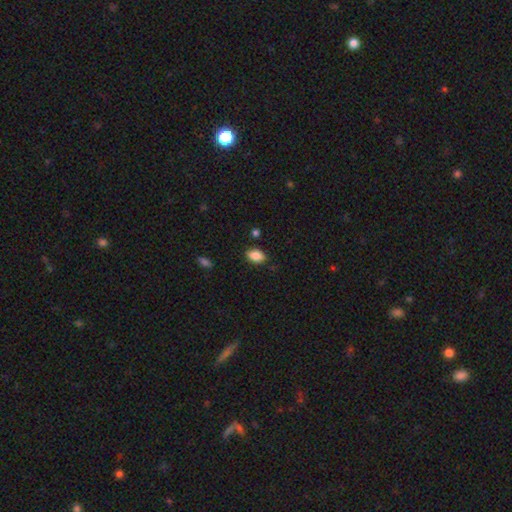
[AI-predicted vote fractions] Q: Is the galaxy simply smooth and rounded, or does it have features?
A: smooth — 88%.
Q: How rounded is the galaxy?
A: in between — 87%.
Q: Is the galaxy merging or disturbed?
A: none — 84%.